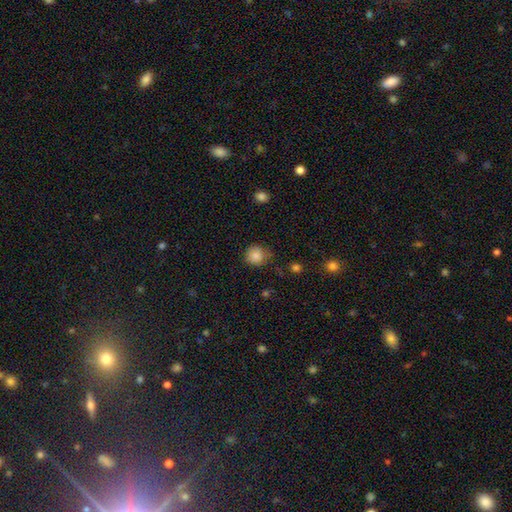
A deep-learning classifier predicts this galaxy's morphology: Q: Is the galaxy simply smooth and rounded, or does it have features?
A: smooth — 85%.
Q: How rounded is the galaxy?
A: round — 92%.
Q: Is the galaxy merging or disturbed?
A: none — 80%.